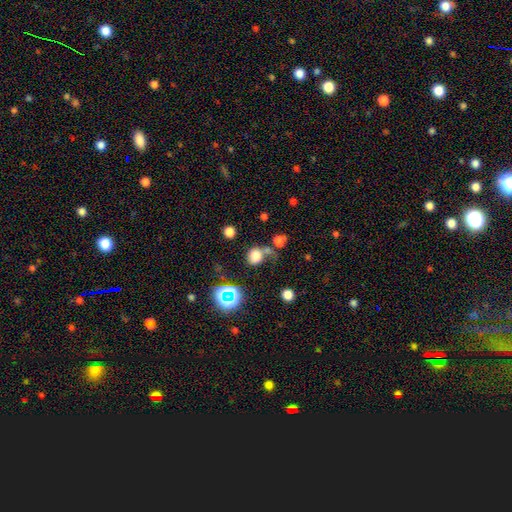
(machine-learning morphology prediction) This appears to be a smooth galaxy with no disk features (73%) that is round (74%). Merging: none (50%).